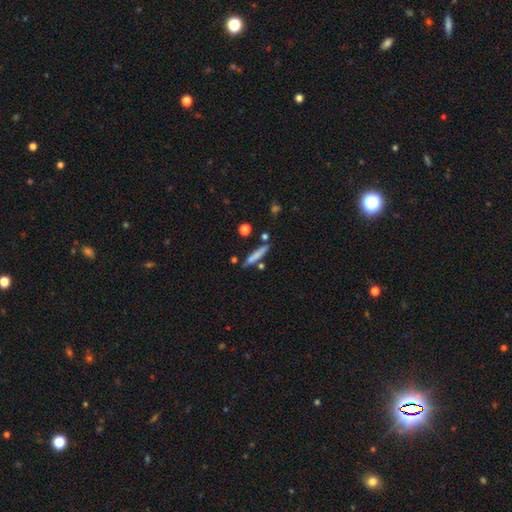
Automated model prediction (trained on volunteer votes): A smooth galaxy with no disk features (73%) that is cigar-shaped (91%).

Vote fractions:
- Smooth or featured? smooth: 73% / featured or disk: 20% / star or artifact: 7%
- How rounded? cigar-shaped: 91% / in between: 7% / round: 2%
- Merging? none: 76% / minor disturbance: 13% / merger: 8% / major disturbance: 3%